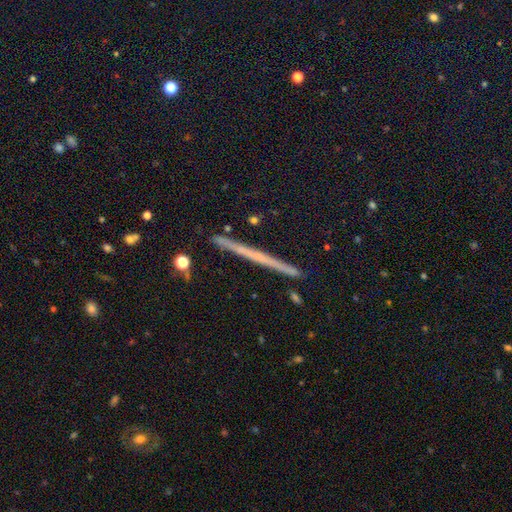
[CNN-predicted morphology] featured or disk 55%, smooth 31%, star or artifact 15%. Down the decision tree: edge-on disk — yes (97%); edge-on bulge — none (81%); merging — none (91%).